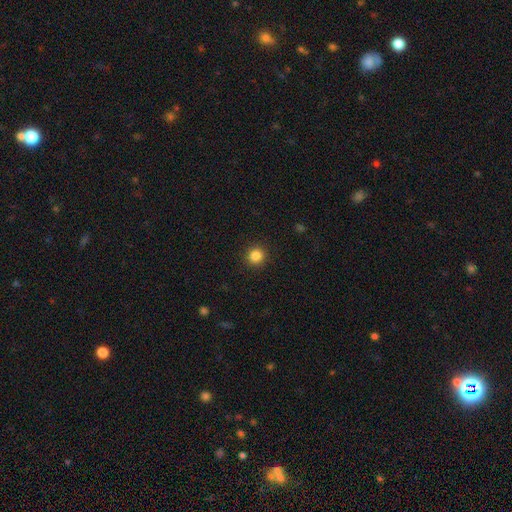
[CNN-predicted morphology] Smooth or featured? Predicted: smooth (p=0.85). How rounded? Predicted: round (p=0.95). Merging? Predicted: none (p=0.92).